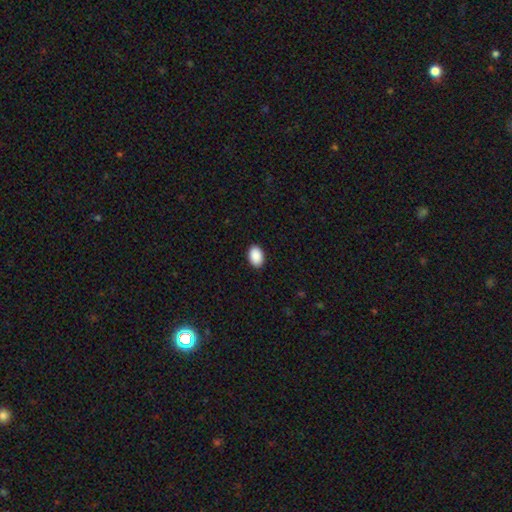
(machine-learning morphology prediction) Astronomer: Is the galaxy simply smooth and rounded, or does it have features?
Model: smooth — 91%.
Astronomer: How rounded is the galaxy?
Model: in between — 88%.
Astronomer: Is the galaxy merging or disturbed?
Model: none — 90%.